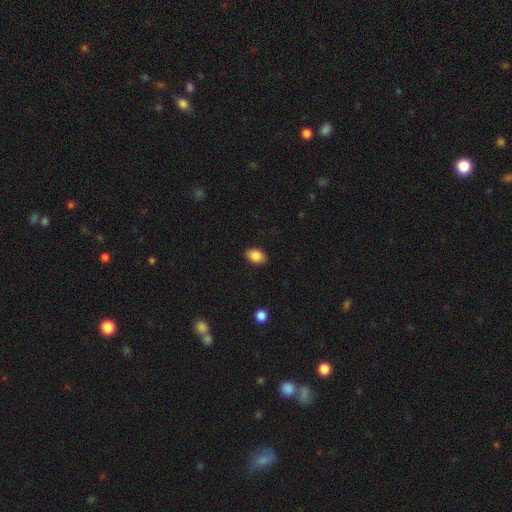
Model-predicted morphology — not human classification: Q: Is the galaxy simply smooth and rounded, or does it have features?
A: smooth — 86%.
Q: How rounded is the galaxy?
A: in between — 84%.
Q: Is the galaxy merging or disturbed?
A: none — 89%.